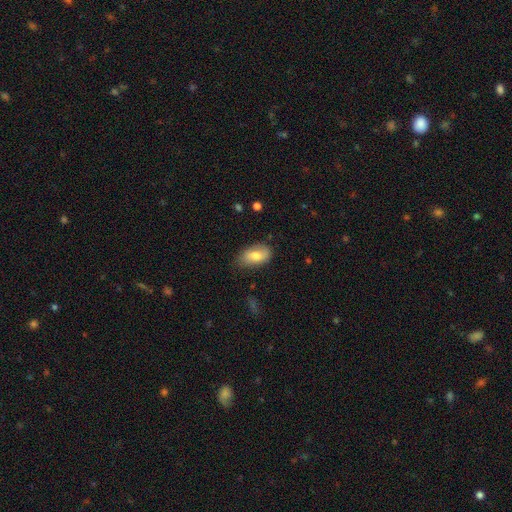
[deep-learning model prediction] Smooth or featured: smooth — 76% (featured or disk — 18%)
How rounded: in between — 93% (round — 5%)
Merging: none — 68% (minor disturbance — 25%)